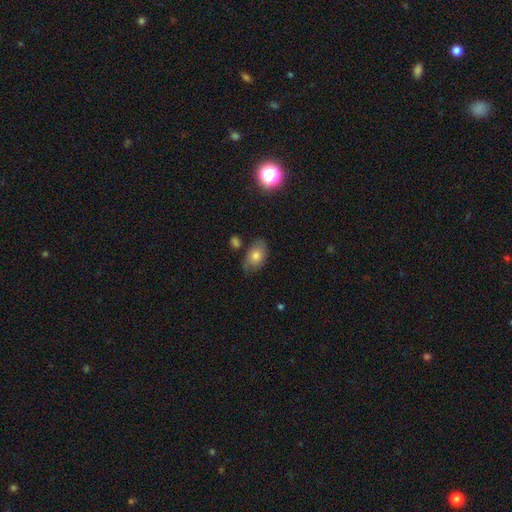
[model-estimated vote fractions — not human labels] Overall: smooth (67%). How rounded: in between (86%). Merging: none (67%).